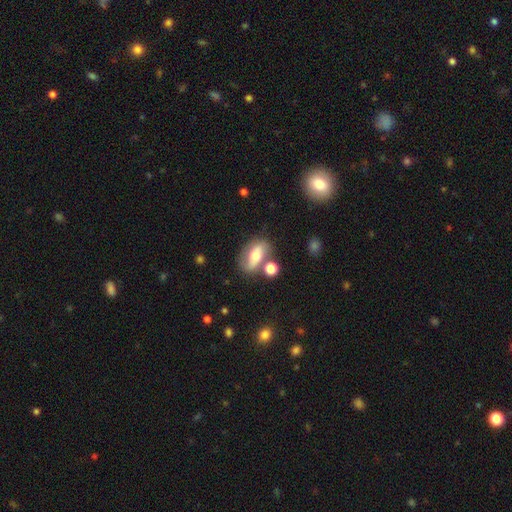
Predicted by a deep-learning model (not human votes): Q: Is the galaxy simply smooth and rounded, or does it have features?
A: smooth — 46%.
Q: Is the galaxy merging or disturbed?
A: none — 63%.